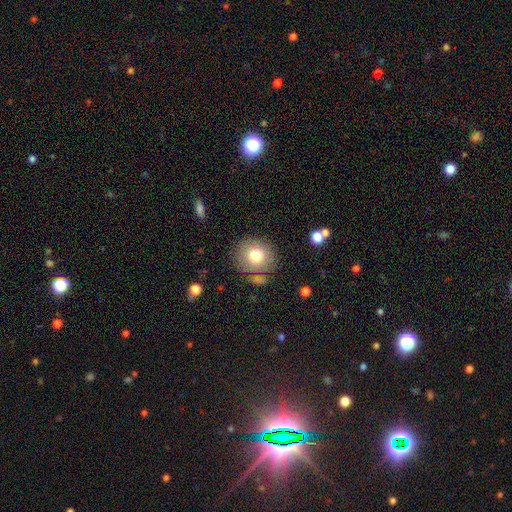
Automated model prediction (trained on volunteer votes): Smooth or featured: smooth — 76% (featured or disk — 14%)
How rounded: round — 79% (in between — 20%)
Merging: none — 79% (minor disturbance — 12%)